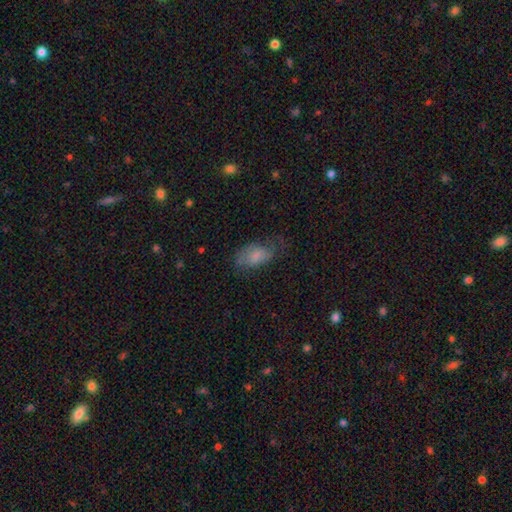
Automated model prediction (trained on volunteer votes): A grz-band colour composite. It shows a smooth galaxy with no disk features (70%) that is in between round and cigar-shaped (90%). Merging: none (49%).